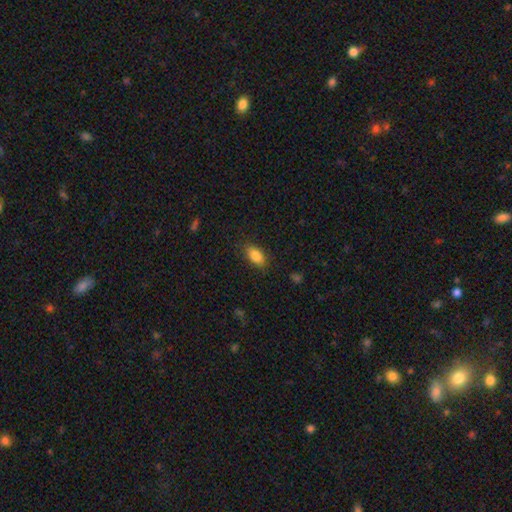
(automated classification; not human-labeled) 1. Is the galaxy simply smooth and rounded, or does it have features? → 84% smooth, 8% star or artifact, 8% featured or disk.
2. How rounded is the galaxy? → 89% in between, 6% round, 5% cigar-shaped.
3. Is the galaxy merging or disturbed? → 83% none, 13% minor disturbance, 3% major disturbance, 1% merger.